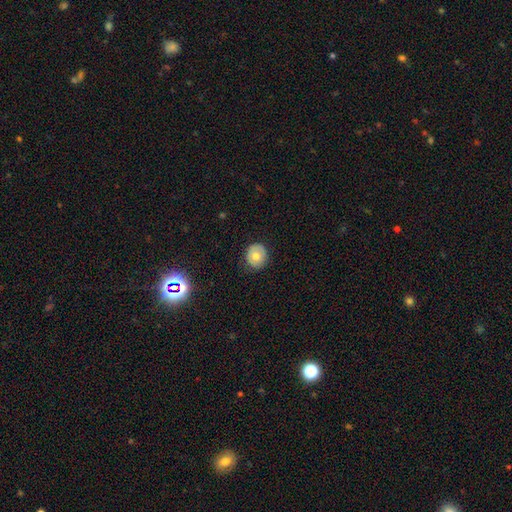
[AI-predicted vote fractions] Q: Smooth or featured?
A: smooth (70%); runner-up: featured or disk (20%)
Q: How rounded?
A: round (82%); runner-up: in between (17%)
Q: Merging?
A: none (82%); runner-up: minor disturbance (14%)